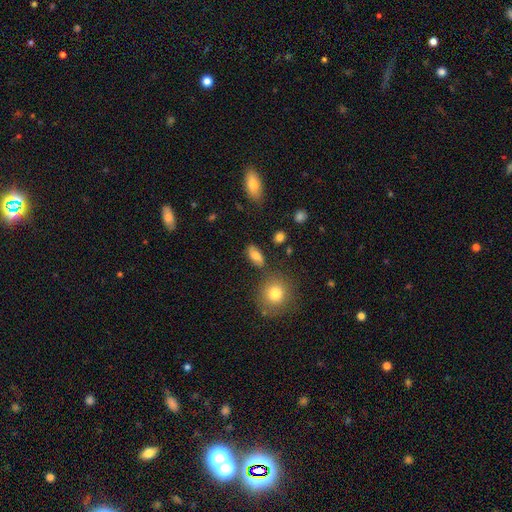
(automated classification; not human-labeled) Smooth or featured? Predicted: smooth (p=0.77). How rounded? Predicted: in between (p=0.85). Merging? Predicted: none (p=0.78).